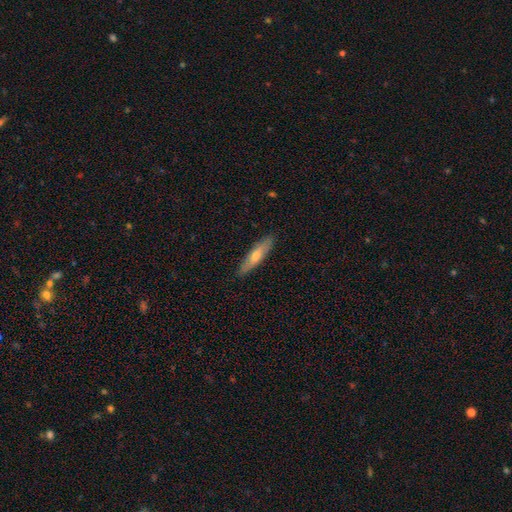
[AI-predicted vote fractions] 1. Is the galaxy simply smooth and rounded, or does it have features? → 57% smooth, 37% featured or disk, 6% star or artifact.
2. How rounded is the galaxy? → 80% cigar-shaped, 18% in between, 2% round.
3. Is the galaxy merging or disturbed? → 89% none, 9% minor disturbance, 2% major disturbance, 1% merger.